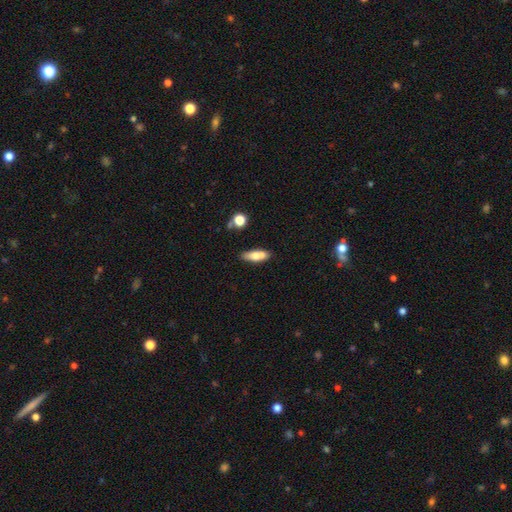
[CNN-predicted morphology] Smooth or featured? smooth (65%)
How rounded? in between (58%)
Merging? none (54%)